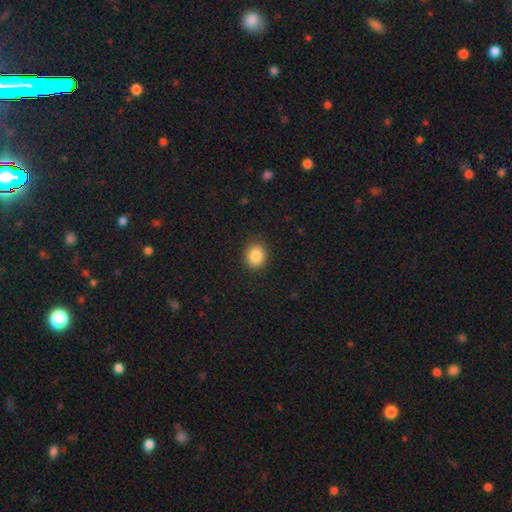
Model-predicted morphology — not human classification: type=smooth (86%); roundness=round (62%); merging=none (89%).